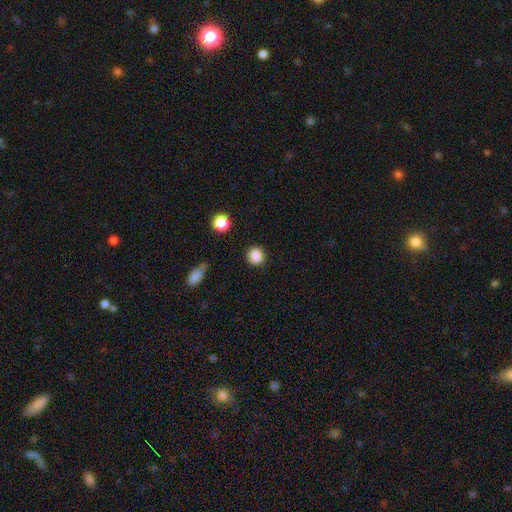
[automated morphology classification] smooth-or-featured: smooth: 87% | star or artifact: 10% | featured or disk: 3%
  how-rounded: round: 88% | in between: 11% | cigar-shaped: 1%
  merging: none: 88% | minor disturbance: 8% | major disturbance: 3% | merger: 2%